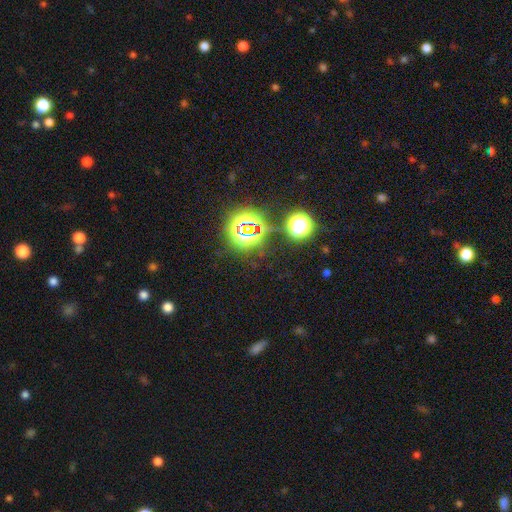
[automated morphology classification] star or artifact 80%, smooth 14%, featured or disk 6%.